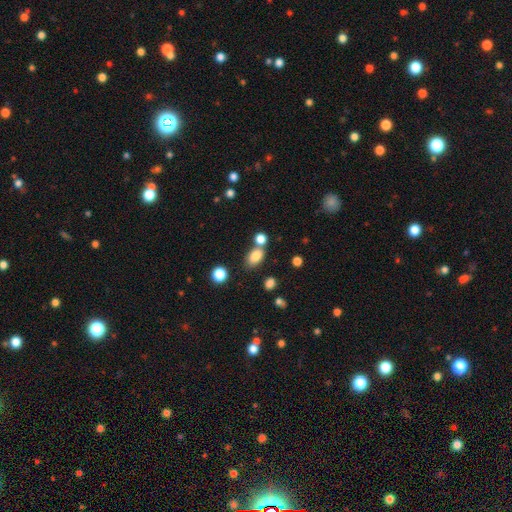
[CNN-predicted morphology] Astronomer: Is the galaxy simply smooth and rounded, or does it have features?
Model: smooth — 82%.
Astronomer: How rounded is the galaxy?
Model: in between — 81%.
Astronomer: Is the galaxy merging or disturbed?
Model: none — 60%.